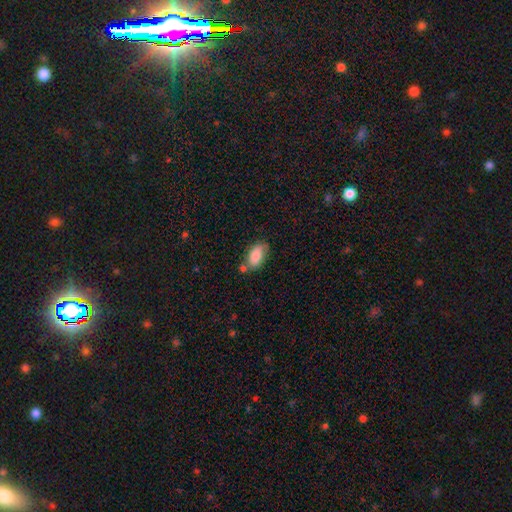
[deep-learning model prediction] smooth_or_featured: smooth (p=0.81) [alt: featured or disk p=0.12]
how_rounded: in between (p=0.92) [alt: round p=0.04]
merging: none (p=0.59) [alt: minor disturbance p=0.23]